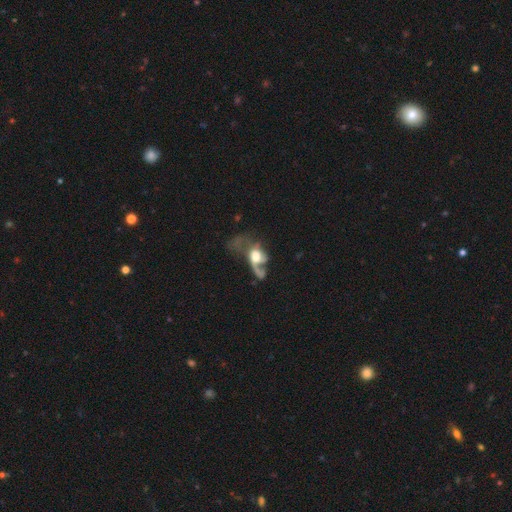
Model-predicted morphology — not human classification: smooth_or_featured: featured or disk (p=0.55) [alt: smooth p=0.36]
disk_edge_on: no (p=0.93) [alt: yes p=0.07]
bar: no (p=0.76) [alt: weak p=0.18]
has_spiral_arms: no (p=0.53) [alt: yes p=0.47]
bulge_size: large (p=0.50) [alt: moderate p=0.30]
merging: major disturbance (p=0.59) [alt: merger p=0.15]